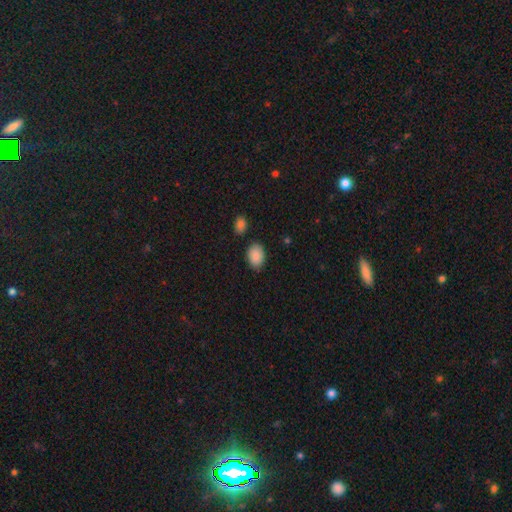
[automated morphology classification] Smooth or featured: smooth — 89% (star or artifact — 7%)
How rounded: in between — 82% (round — 17%)
Merging: none — 79% (minor disturbance — 14%)